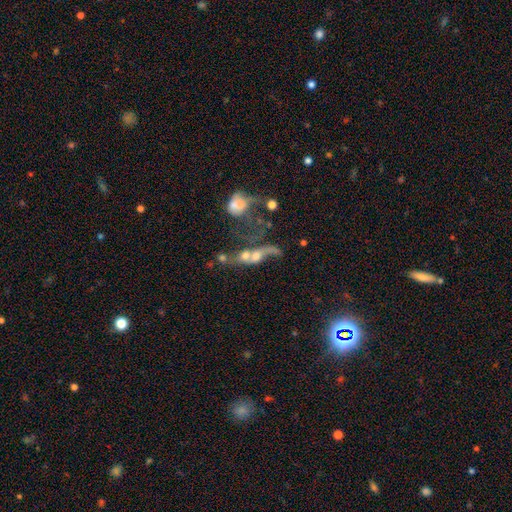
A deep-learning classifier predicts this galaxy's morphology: Smooth or featured: featured or disk — 43% (star or artifact — 33%)
Merging: merger — 39% (none — 28%)